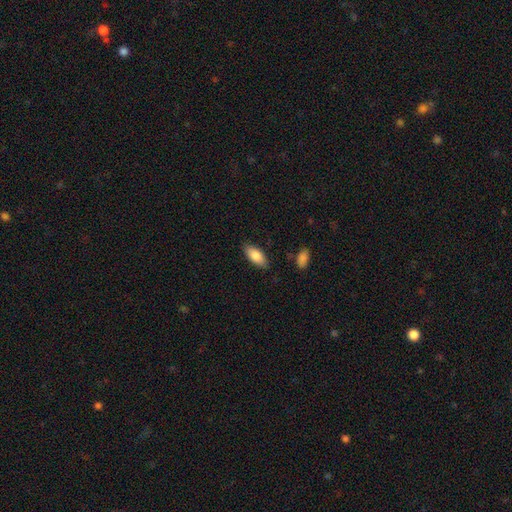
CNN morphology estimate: Smooth or featured?
  - smooth: 83% *
  - featured or disk: 11%
  - star or artifact: 6%
How rounded?
  - in between: 87% *
  - cigar-shaped: 11%
  - round: 2%
Merging?
  - none: 84% *
  - minor disturbance: 12%
  - major disturbance: 2%
  - merger: 2%